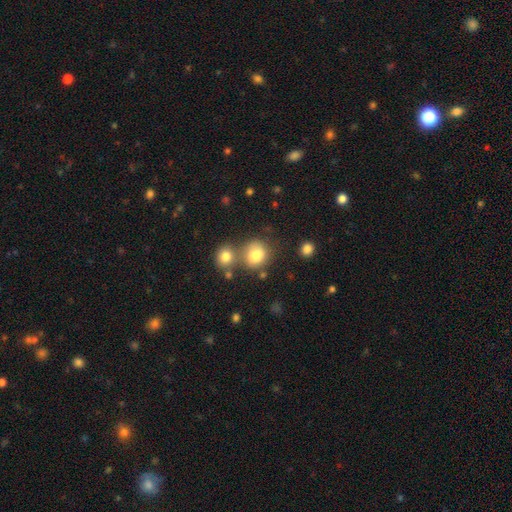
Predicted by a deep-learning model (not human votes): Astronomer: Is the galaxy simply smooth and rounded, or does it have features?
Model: smooth — 80%.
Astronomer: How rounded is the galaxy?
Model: round — 73%.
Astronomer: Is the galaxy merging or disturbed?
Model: none — 52% (runner-up: merger, 28%).